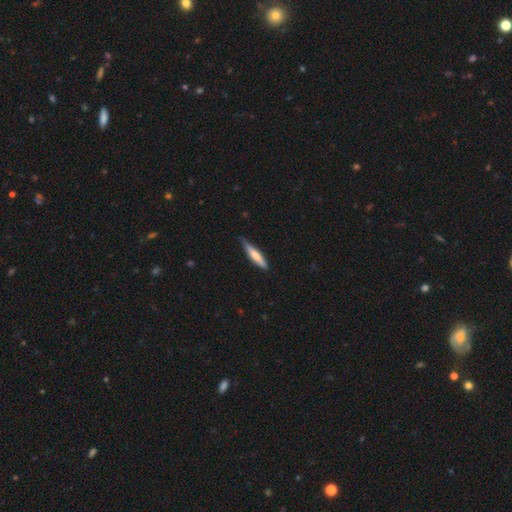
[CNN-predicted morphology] type=smooth (63%); roundness=cigar-shaped (87%); merging=none (74%).